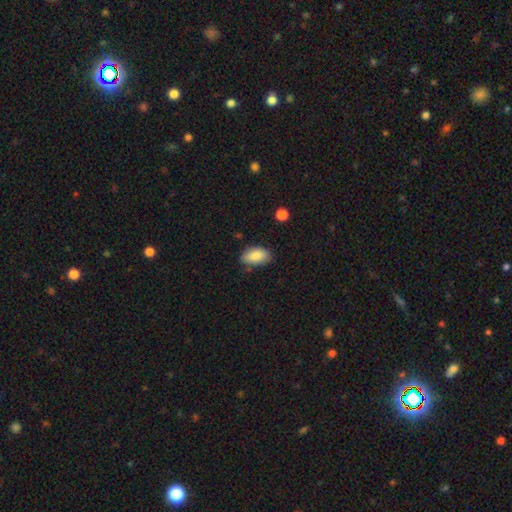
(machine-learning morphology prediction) This appears to be a smooth galaxy with no disk features (86%) that is in between round and cigar-shaped (93%). Merging: none (76%).